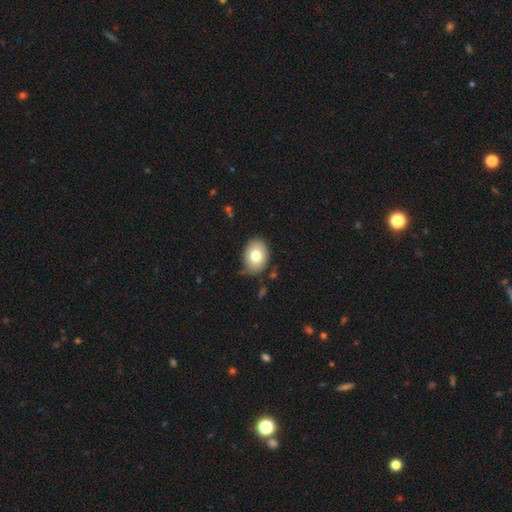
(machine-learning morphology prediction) Smooth or featured? Predicted: smooth (p=0.77). How rounded? Predicted: in between (p=0.68). Merging? Predicted: none (p=0.78).